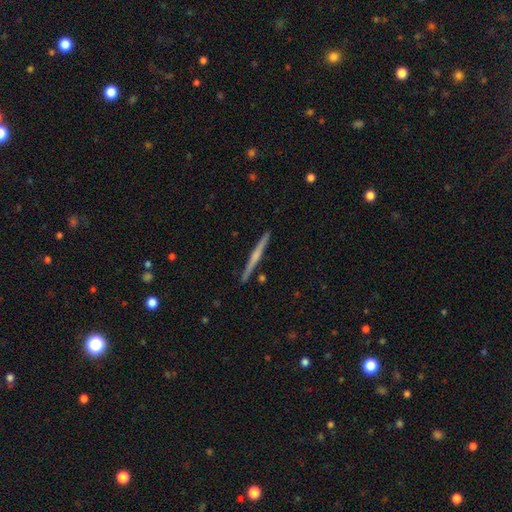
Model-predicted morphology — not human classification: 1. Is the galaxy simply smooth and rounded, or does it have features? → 63% featured or disk, 31% smooth, 6% star or artifact.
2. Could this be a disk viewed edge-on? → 98% yes, 2% no.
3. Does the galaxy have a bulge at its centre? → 50% rounded, 40% none, 10% boxy.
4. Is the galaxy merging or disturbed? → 92% none, 6% minor disturbance, 1% merger, 1% major disturbance.